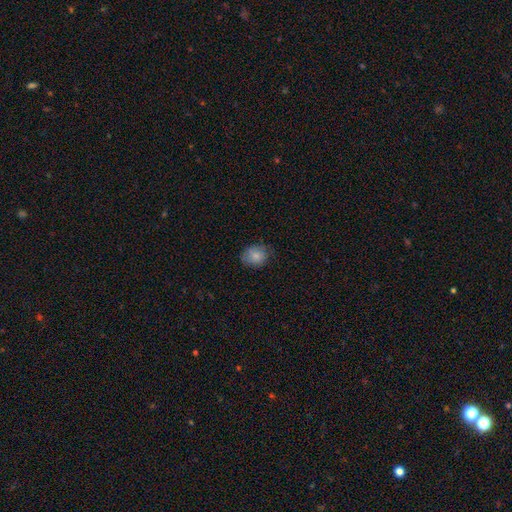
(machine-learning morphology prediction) A smooth galaxy with no disk features (83%) that is round (54%). Merging: none (74%).